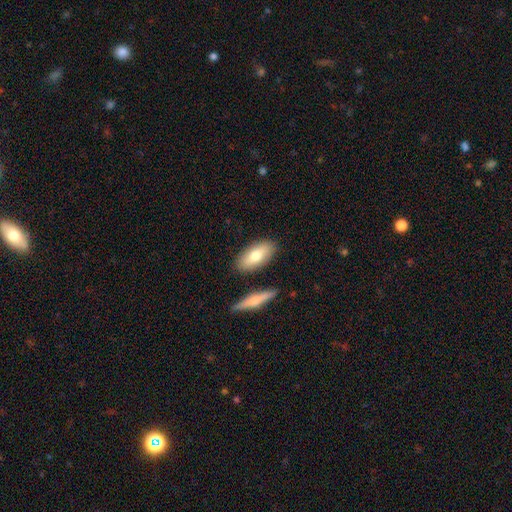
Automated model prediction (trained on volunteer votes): smooth_or_featured: smooth (p=0.73) [alt: featured or disk p=0.21]
how_rounded: in between (p=0.83) [alt: cigar-shaped p=0.14]
merging: none (p=0.82) [alt: minor disturbance p=0.11]